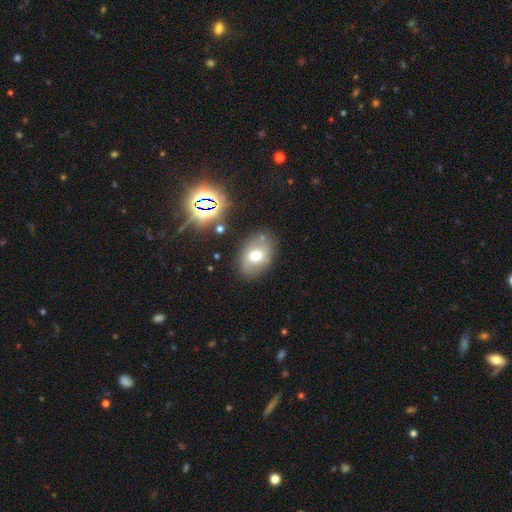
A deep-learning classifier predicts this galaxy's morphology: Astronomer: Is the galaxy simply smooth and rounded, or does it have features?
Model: smooth — 65%.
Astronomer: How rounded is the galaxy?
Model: in between — 77%.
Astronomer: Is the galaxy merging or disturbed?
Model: none — 78%.